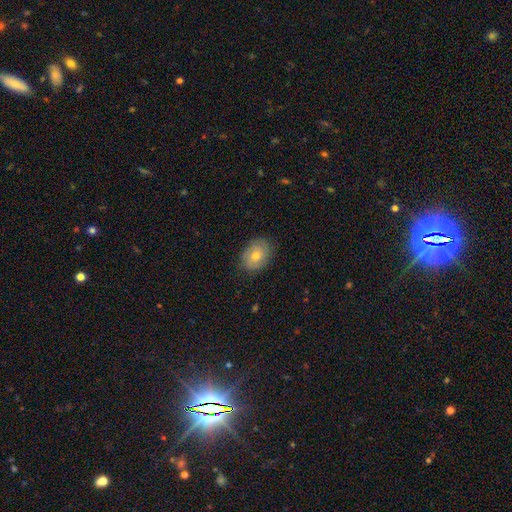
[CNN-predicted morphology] smooth 70%, featured or disk 23%, star or artifact 7%. Down the decision tree: how rounded — in between (65%); merging — none (81%).